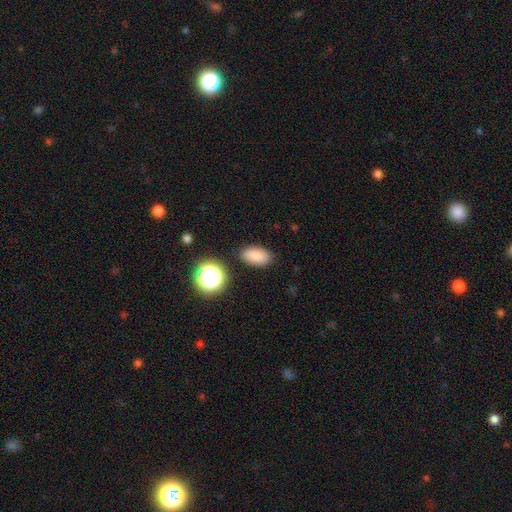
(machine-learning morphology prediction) A smooth galaxy with no disk features (84%) that is in between round and cigar-shaped (90%). Merging: none (84%).